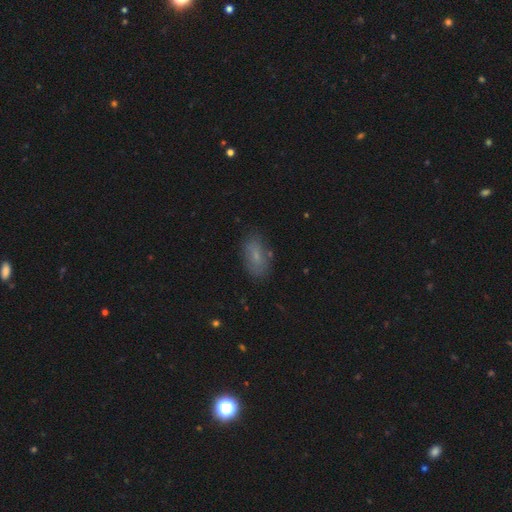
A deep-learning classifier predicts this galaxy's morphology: A smooth galaxy with no disk features (68%) that is in between round and cigar-shaped (89%). Merging: none (78%).